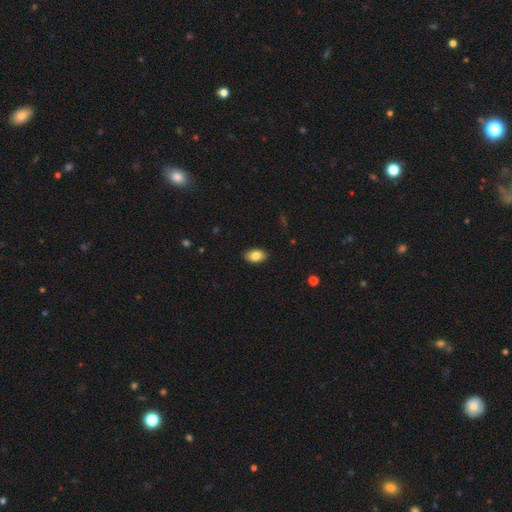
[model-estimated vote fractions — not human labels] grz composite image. It shows a smooth galaxy with no disk features (85%) that is in between round and cigar-shaped (92%). Merging: none (89%).